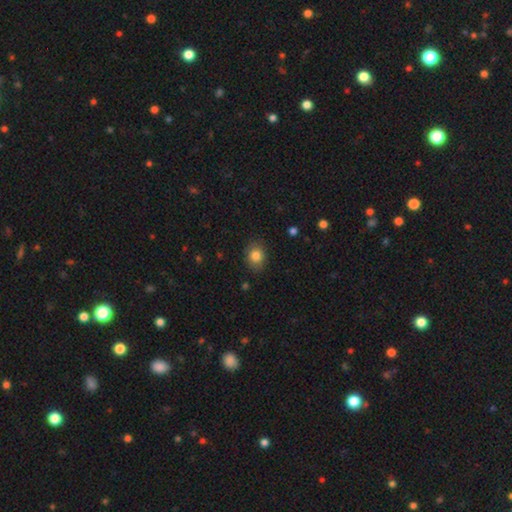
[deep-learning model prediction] A smooth galaxy with no disk features (84%) that is in between round and cigar-shaped (53%). Merging: none (84%).